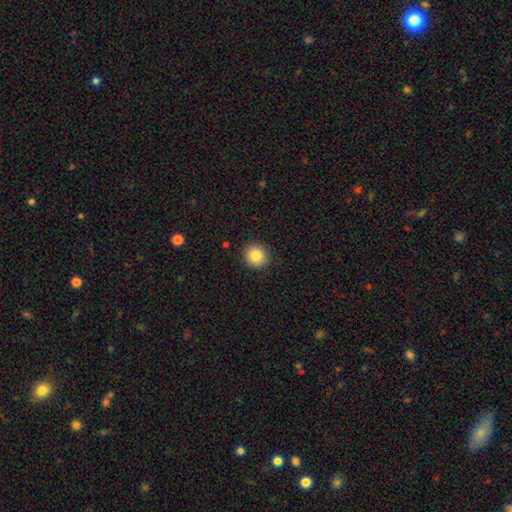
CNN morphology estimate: smooth-or-featured: smooth: 84% | star or artifact: 10% | featured or disk: 6%
  how-rounded: round: 91% | in between: 8% | cigar-shaped: 1%
  merging: none: 91% | minor disturbance: 6% | major disturbance: 2% | merger: 1%